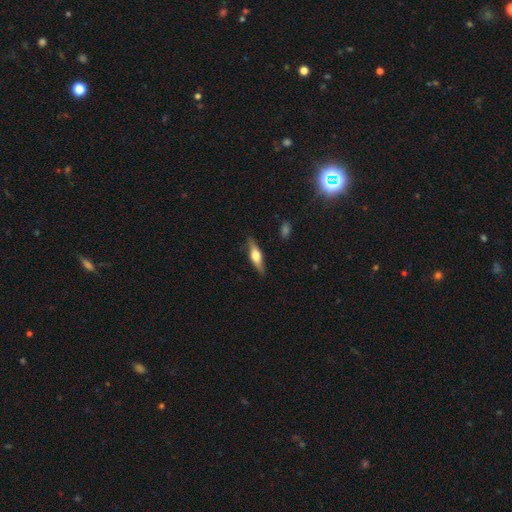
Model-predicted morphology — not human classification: Q: Smooth or featured?
A: featured or disk (53%); runner-up: smooth (41%)
Q: Edge-on disk?
A: yes (91%); runner-up: no (9%)
Q: Merging?
A: none (83%); runner-up: minor disturbance (13%)